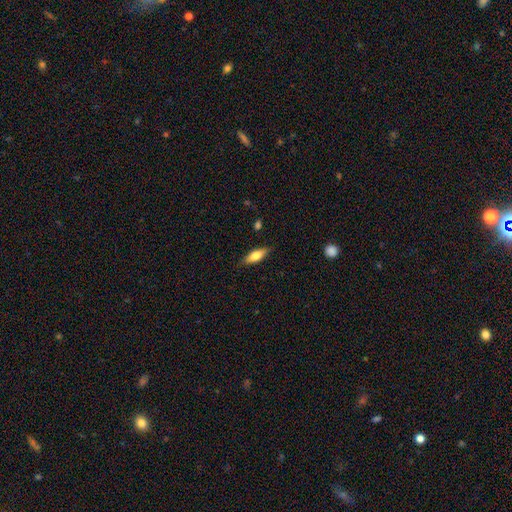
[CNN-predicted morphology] Q: Smooth or featured?
A: smooth (69%); runner-up: featured or disk (25%)
Q: How rounded?
A: in between (64%); runner-up: cigar-shaped (34%)
Q: Merging?
A: none (85%); runner-up: minor disturbance (12%)